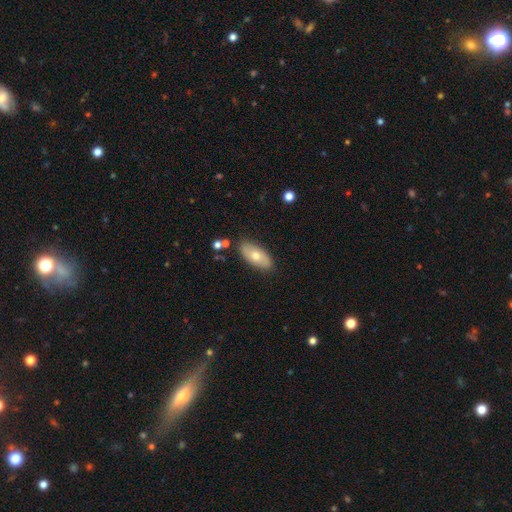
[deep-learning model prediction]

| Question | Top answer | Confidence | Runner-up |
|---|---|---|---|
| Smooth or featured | smooth | 64% | featured or disk (29%) |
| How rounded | in between | 89% | cigar-shaped (8%) |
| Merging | none | 85% | minor disturbance (11%) |